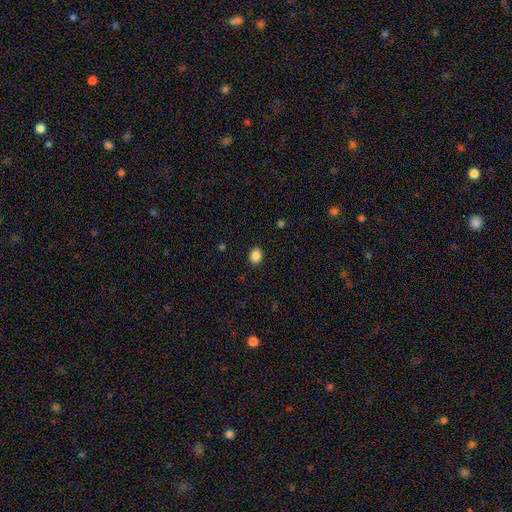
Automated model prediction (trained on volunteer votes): smooth_or_featured: smooth (p=0.86) [alt: star or artifact p=0.10]
how_rounded: round (p=0.65) [alt: in between p=0.34]
merging: none (p=0.90) [alt: minor disturbance p=0.07]